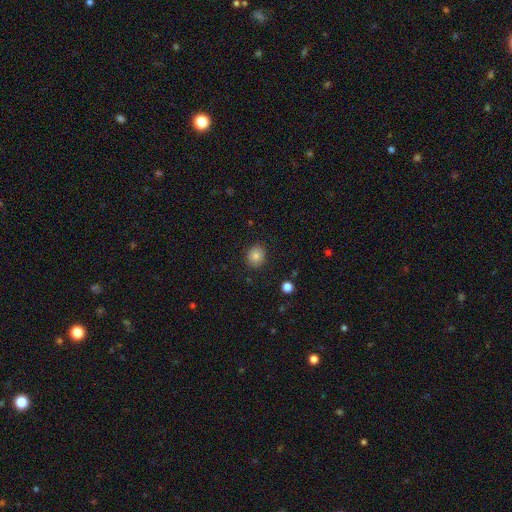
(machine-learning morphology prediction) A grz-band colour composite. It shows a smooth galaxy with no disk features (82%) that is round (76%). Merging: none (88%).